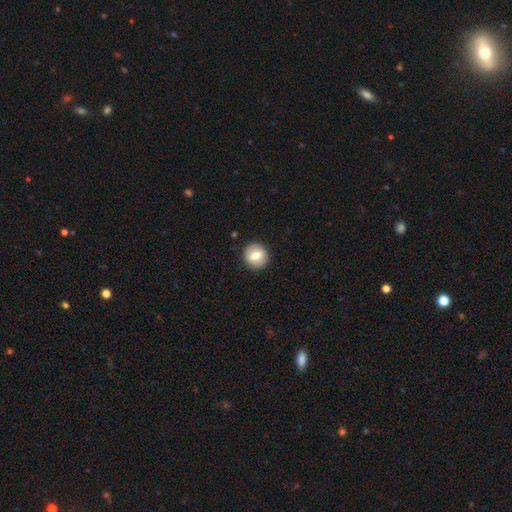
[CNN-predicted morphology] smooth 71%, featured or disk 21%, star or artifact 8%. Down the decision tree: how rounded — round (90%); merging — none (90%).